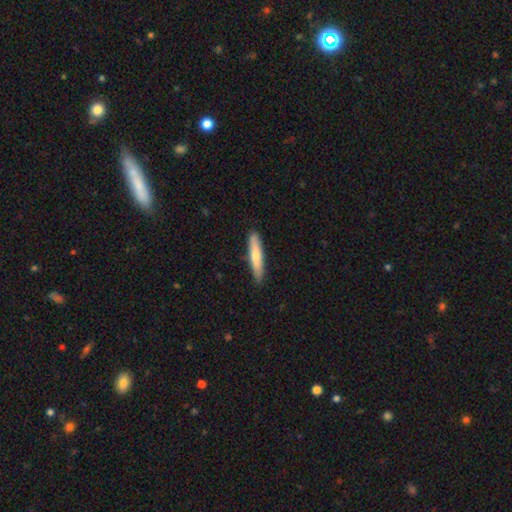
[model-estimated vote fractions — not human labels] Smooth or featured?
  - smooth: 73% *
  - featured or disk: 22%
  - star or artifact: 5%
How rounded?
  - cigar-shaped: 90% *
  - in between: 9%
  - round: 1%
Merging?
  - none: 87% *
  - minor disturbance: 10%
  - major disturbance: 2%
  - merger: 1%